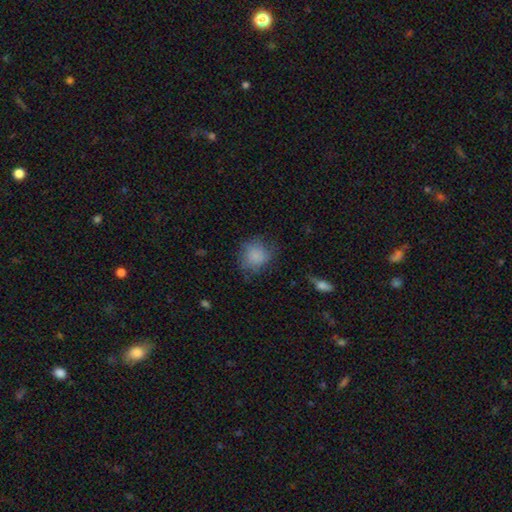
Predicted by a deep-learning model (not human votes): smooth 81%, featured or disk 10%, star or artifact 9%. Down the decision tree: how rounded — round (82%); merging — none (65%).